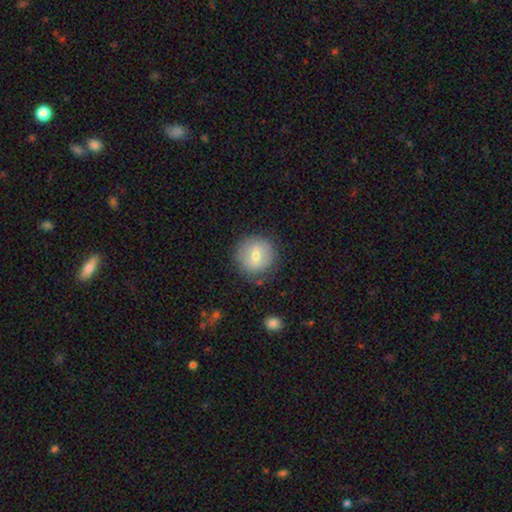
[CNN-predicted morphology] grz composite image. It shows a smooth galaxy with no disk features (63%) that is round (93%). Merging: none (82%).